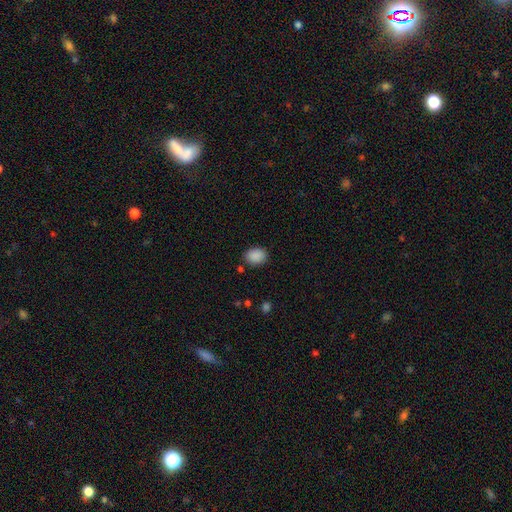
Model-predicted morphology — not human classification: This appears to be a smooth galaxy with no disk features (89%) that is in between round and cigar-shaped (64%). Merging: none (84%).